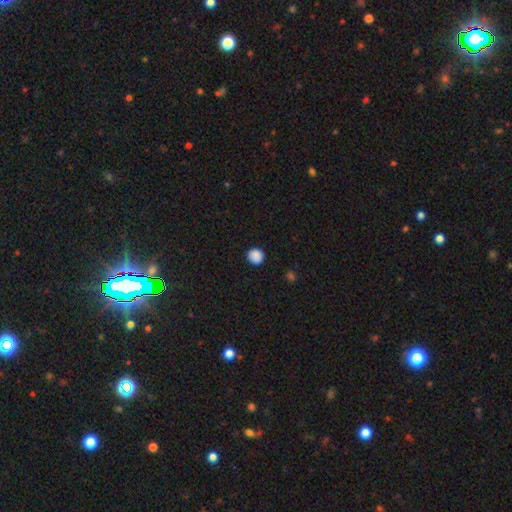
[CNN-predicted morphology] Overall: smooth (88%). How rounded: round (90%). Merging: none (90%).